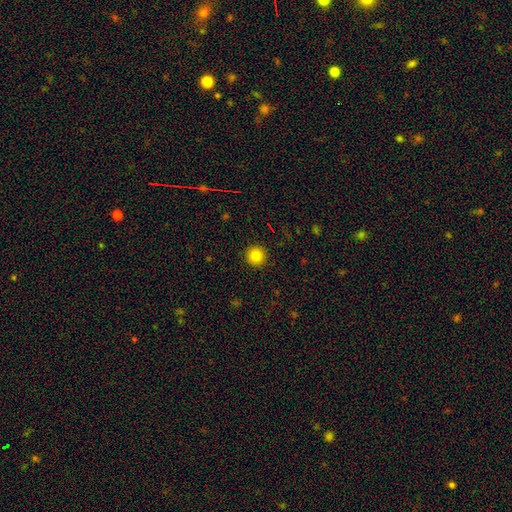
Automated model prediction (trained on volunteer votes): Morphology: type=smooth (84%); roundness=round (96%); merging=none (93%).